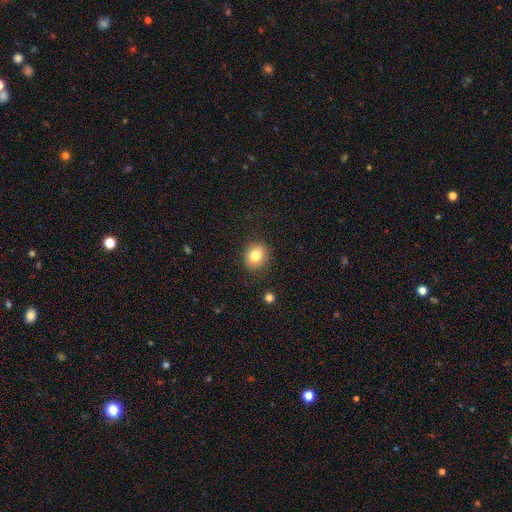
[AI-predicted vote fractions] Smooth or featured? smooth (80%)
How rounded? round (70%)
Merging? none (86%)